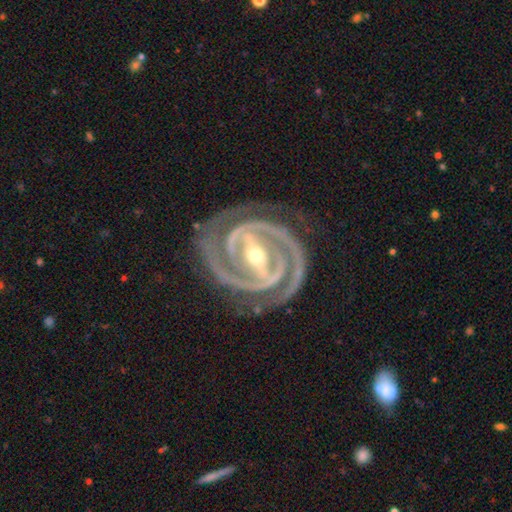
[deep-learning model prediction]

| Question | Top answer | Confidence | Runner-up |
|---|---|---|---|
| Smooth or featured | featured or disk | 94% | star or artifact (4%) |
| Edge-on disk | no | 97% | yes (3%) |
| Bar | strong | 77% | weak (17%) |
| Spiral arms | yes | 99% | no (1%) |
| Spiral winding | tight | 78% | medium (20%) |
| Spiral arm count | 2 | 90% | 3 (5%) |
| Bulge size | moderate | 52% | small (44%) |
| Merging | none | 83% | minor disturbance (12%) |